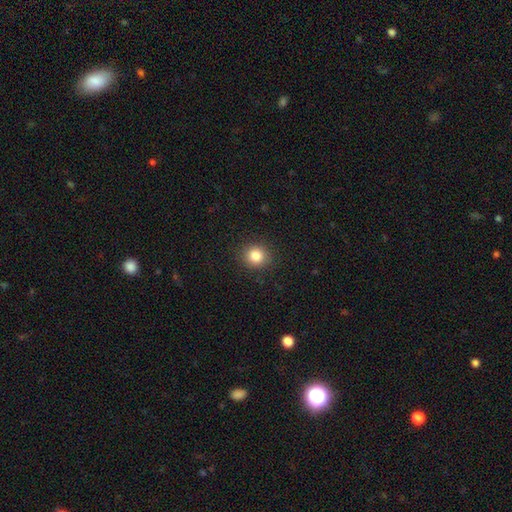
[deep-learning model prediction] Smooth or featured? Predicted: smooth (p=0.84). How rounded? Predicted: round (p=0.88). Merging? Predicted: none (p=0.90).